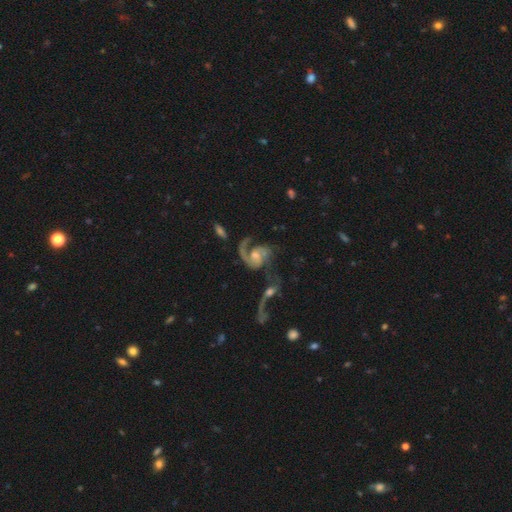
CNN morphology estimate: type=featured or disk (88%); edge-on=no (98%); bar=no (59%); spiral arms=yes (96%); winding=medium (44%); arm count=2 (65%); bulge=moderate (53%); merging=merger (36%).